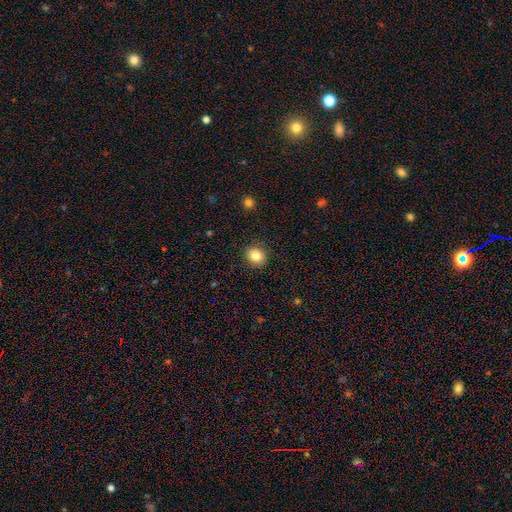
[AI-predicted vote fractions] Smooth or featured? Predicted: smooth (p=0.84). How rounded? Predicted: round (p=0.74). Merging? Predicted: none (p=0.90).